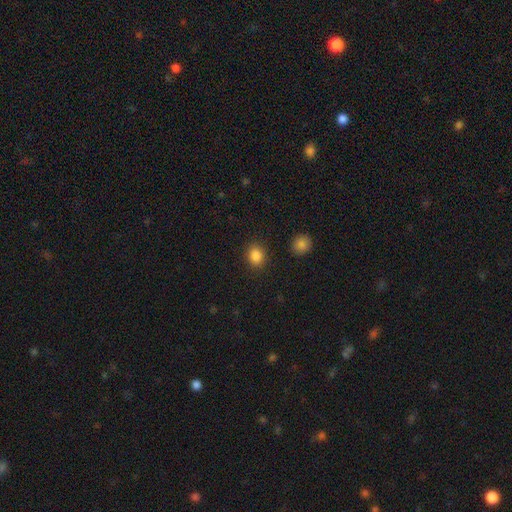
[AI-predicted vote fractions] Morphology: type=smooth (86%); roundness=round (63%); merging=none (88%).